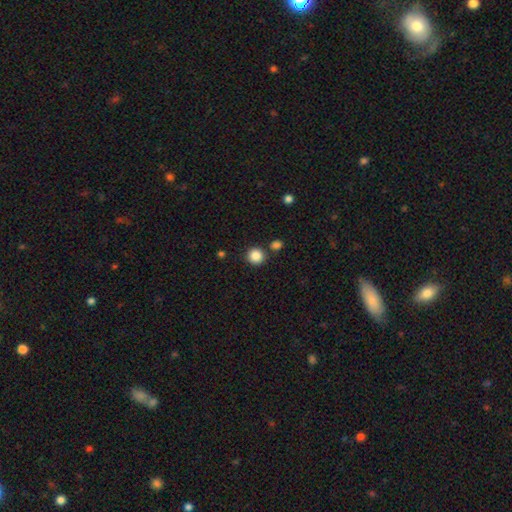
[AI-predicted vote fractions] Smooth or featured?
  - smooth: 87% *
  - star or artifact: 10%
  - featured or disk: 3%
How rounded?
  - round: 92% *
  - in between: 7%
  - cigar-shaped: 1%
Merging?
  - none: 82% *
  - merger: 8%
  - minor disturbance: 8%
  - major disturbance: 3%